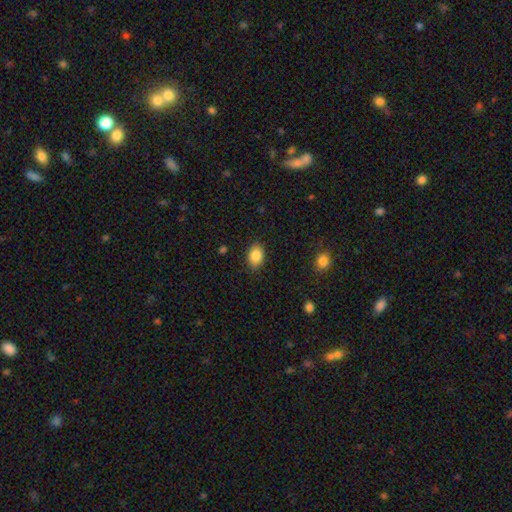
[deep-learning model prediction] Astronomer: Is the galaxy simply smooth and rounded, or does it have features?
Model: smooth — 86%.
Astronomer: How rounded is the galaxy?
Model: in between — 79%.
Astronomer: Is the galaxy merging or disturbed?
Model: none — 86%.